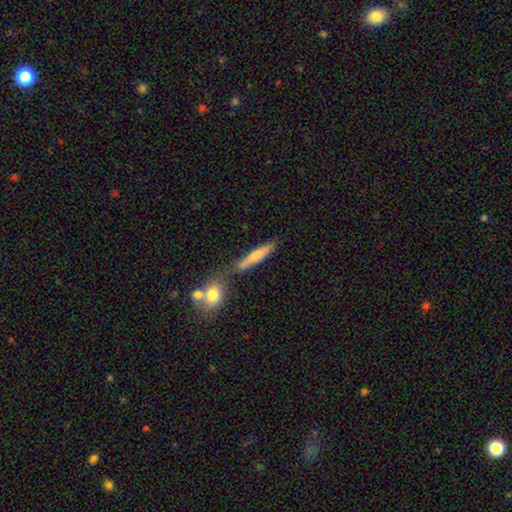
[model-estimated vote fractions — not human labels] smooth_or_featured: smooth (p=0.66) [alt: featured or disk p=0.27]
how_rounded: cigar-shaped (p=0.82) [alt: in between p=0.15]
merging: none (p=0.63) [alt: merger p=0.19]